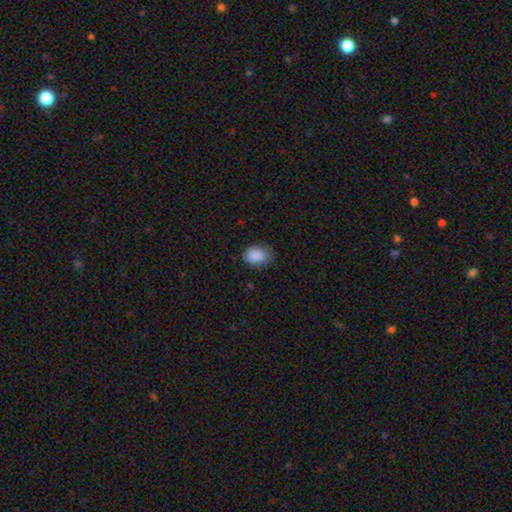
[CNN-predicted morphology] smooth 88%, star or artifact 8%, featured or disk 4%. Down the decision tree: how rounded — in between (65%); merging — none (70%).